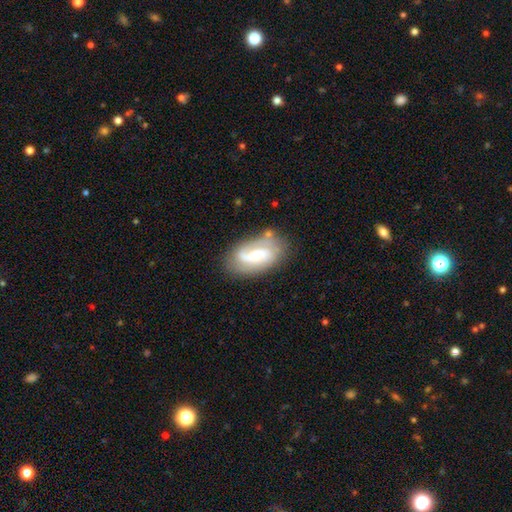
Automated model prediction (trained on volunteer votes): Morphology: type=featured or disk (76%); edge-on=no (96%); bar=weak (42%); spiral arms=yes (91%); winding=medium (42%); arm count=2 (72%); bulge=moderate (48%); merging=none (69%).